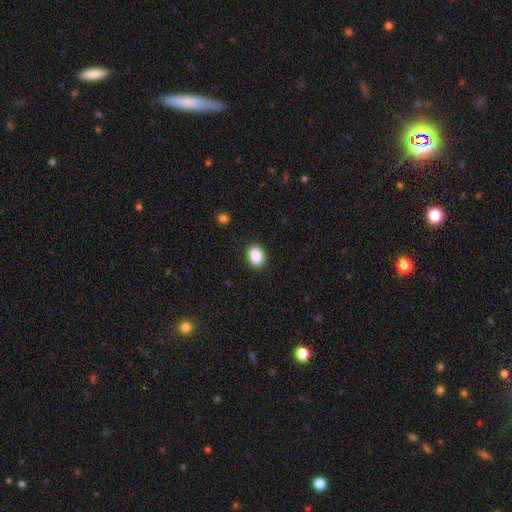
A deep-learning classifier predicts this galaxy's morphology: This appears to be a smooth galaxy with no disk features (88%) that is in between round and cigar-shaped (78%). Merging: none (88%).